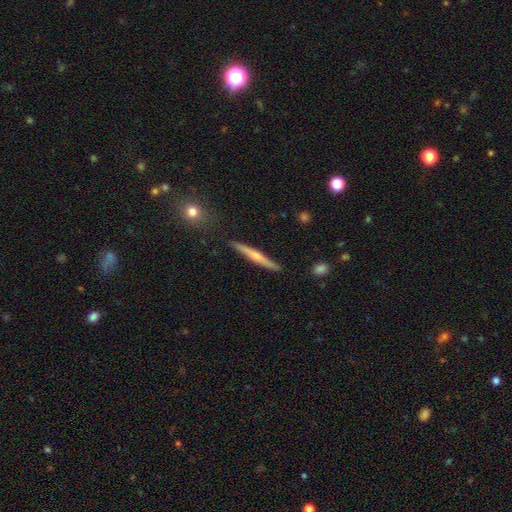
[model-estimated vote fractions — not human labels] Overall: featured or disk (52%; smooth 42%). Edge-on disk: yes (97%). Edge-on bulge: rounded (61%; none 31%). Merging: none (89%).